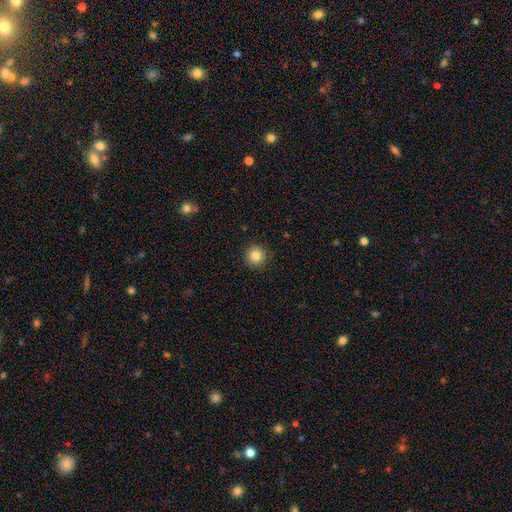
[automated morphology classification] smooth-or-featured: smooth: 84% | star or artifact: 11% | featured or disk: 5%
  how-rounded: round: 96% | in between: 4% | cigar-shaped: 1%
  merging: none: 92% | minor disturbance: 5% | major disturbance: 2% | merger: 1%